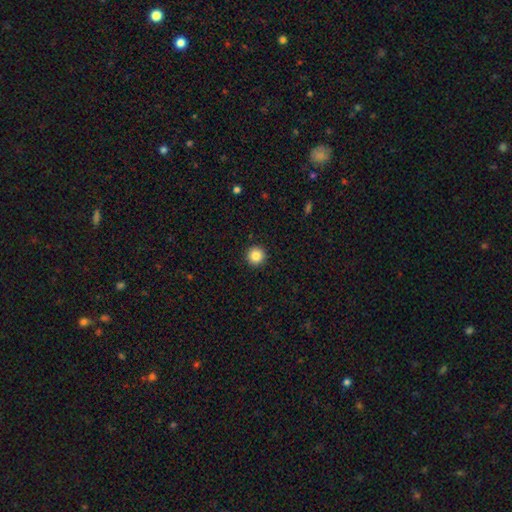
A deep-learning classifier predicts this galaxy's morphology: Overall: smooth (85%). How rounded: round (96%). Merging: none (93%).